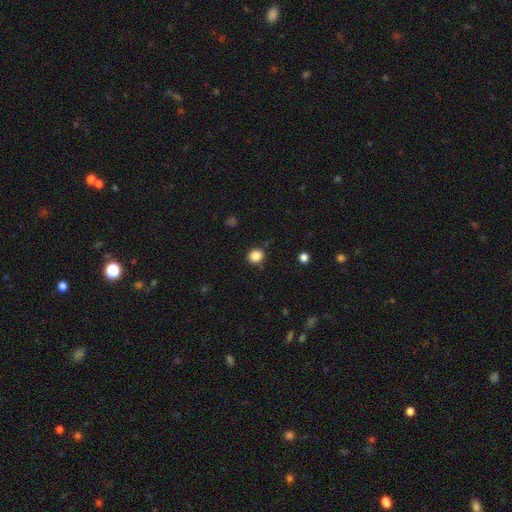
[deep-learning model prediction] The model was most divided on "how rounded": round: 82%, in between: 17%, cigar-shaped: 1%. More confident: smooth or featured — smooth (86%); merging — none (86%).